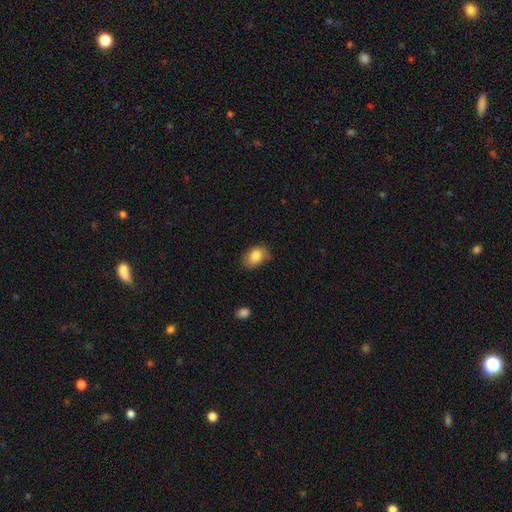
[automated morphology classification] This appears to be a smooth galaxy with no disk features (82%) that is in between round and cigar-shaped (79%). Merging: none (73%).